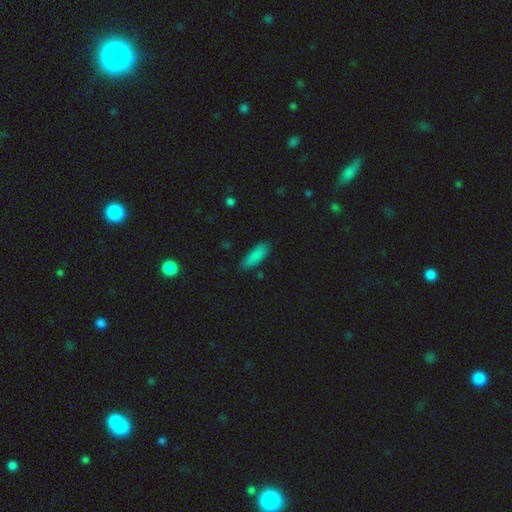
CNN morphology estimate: The model was most divided on "how rounded": in between: 62%, cigar-shaped: 36%, round: 2%. More confident: smooth or featured — smooth (87%); merging — none (84%).